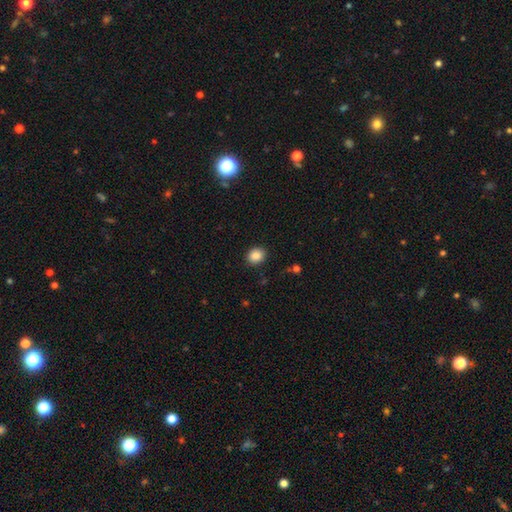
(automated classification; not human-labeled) A smooth galaxy with no disk features (88%) that is round (65%). Merging: none (89%).